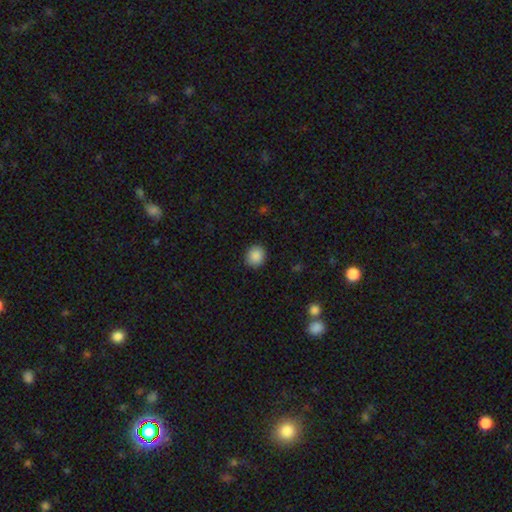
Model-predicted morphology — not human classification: The model was most divided on "how rounded": round: 85%, in between: 14%, cigar-shaped: 1%. More confident: merging — none (91%); smooth or featured — smooth (88%).